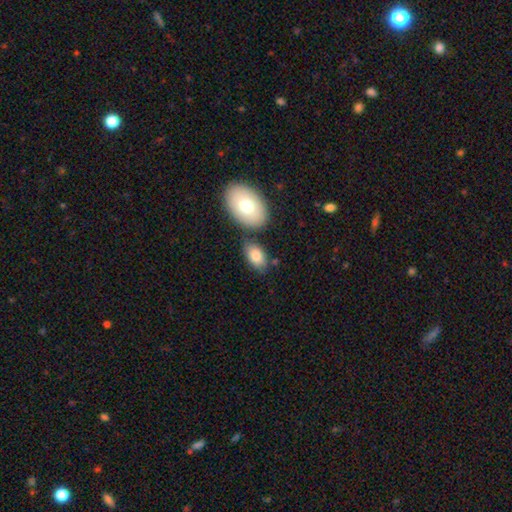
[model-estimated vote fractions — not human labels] Q: Smooth or featured?
A: smooth (81%); runner-up: featured or disk (12%)
Q: How rounded?
A: in between (92%); runner-up: round (7%)
Q: Merging?
A: none (66%); runner-up: merger (17%)